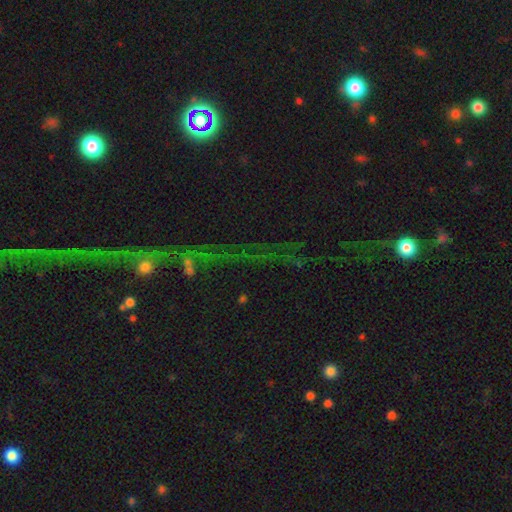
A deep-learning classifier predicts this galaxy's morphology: Smooth or featured? Predicted: star or artifact (p=0.72).